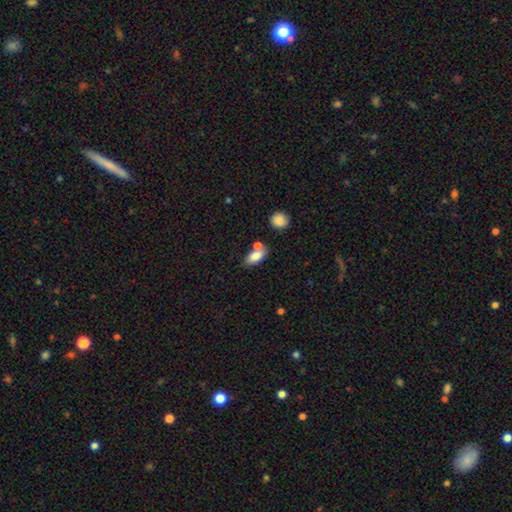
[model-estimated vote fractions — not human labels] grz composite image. It shows a smooth galaxy with no disk features (81%) that is in between round and cigar-shaped (86%). Merging: none (57%).